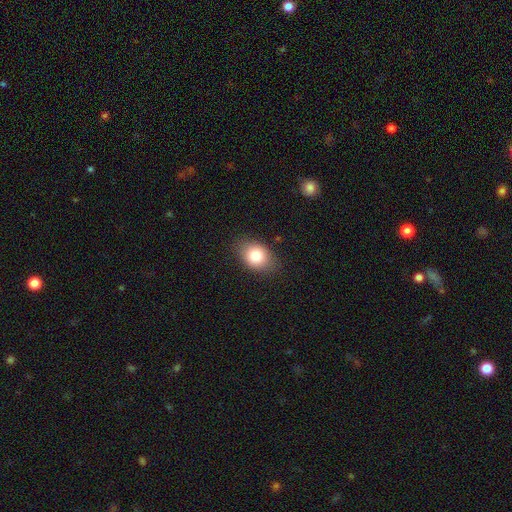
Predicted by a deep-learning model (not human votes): This appears to be a smooth galaxy with no disk features (82%) that is in between round and cigar-shaped (68%). Merging: none (81%).